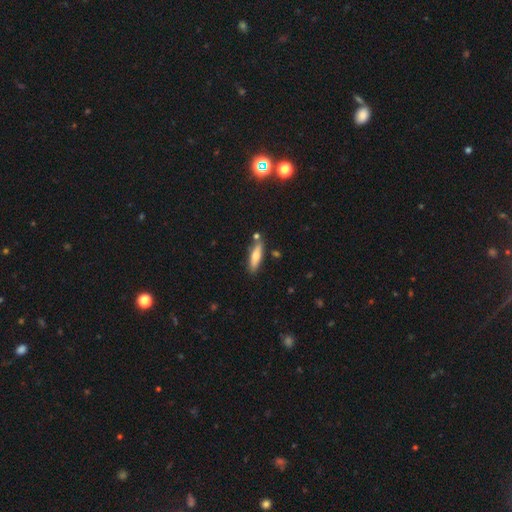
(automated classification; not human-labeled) Smooth or featured? Predicted: smooth (p=0.61). How rounded? Predicted: cigar-shaped (p=0.64). Merging? Predicted: none (p=0.78).